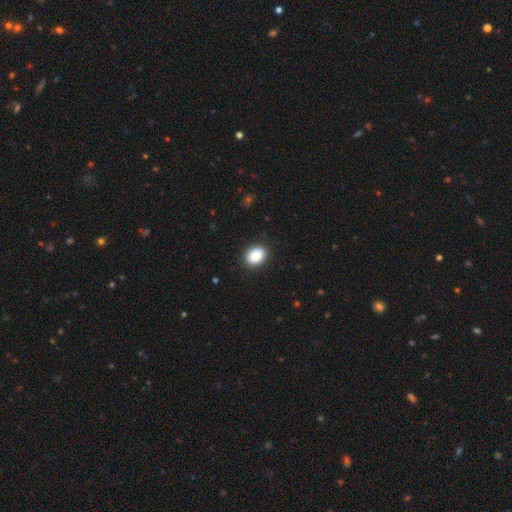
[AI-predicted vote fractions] smooth_or_featured: smooth (p=0.88) [alt: star or artifact p=0.07]
how_rounded: in between (p=0.71) [alt: round p=0.27]
merging: none (p=0.88) [alt: minor disturbance p=0.09]